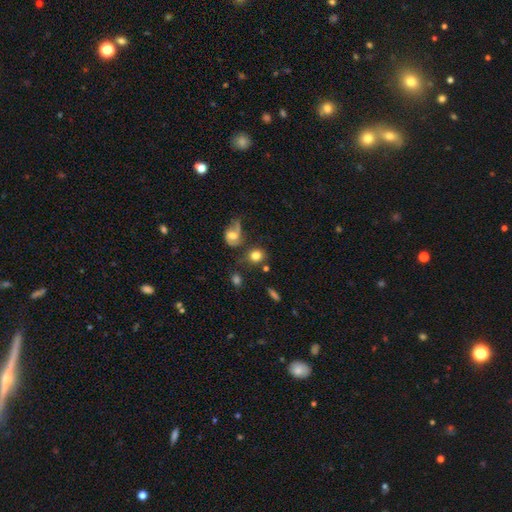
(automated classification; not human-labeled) A smooth galaxy with no disk features (77%) that is round (78%).

Vote fractions:
- Smooth or featured? smooth: 77% / featured or disk: 13% / star or artifact: 10%
- How rounded? round: 78% / in between: 20% / cigar-shaped: 1%
- Merging? none: 62% / minor disturbance: 15% / merger: 15% / major disturbance: 8%